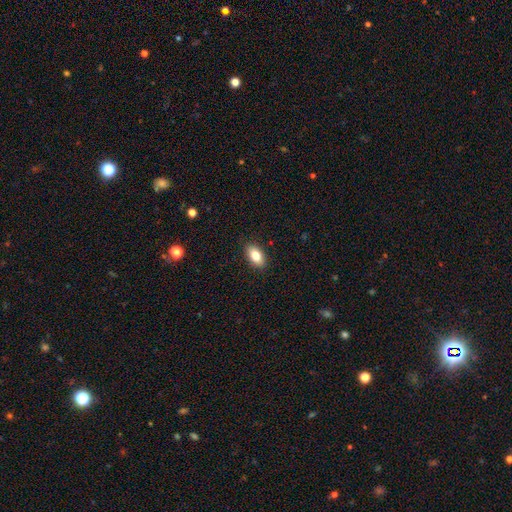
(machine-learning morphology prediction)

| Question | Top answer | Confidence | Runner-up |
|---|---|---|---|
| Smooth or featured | smooth | 82% | featured or disk (11%) |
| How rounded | in between | 91% | round (6%) |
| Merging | none | 89% | minor disturbance (8%) |